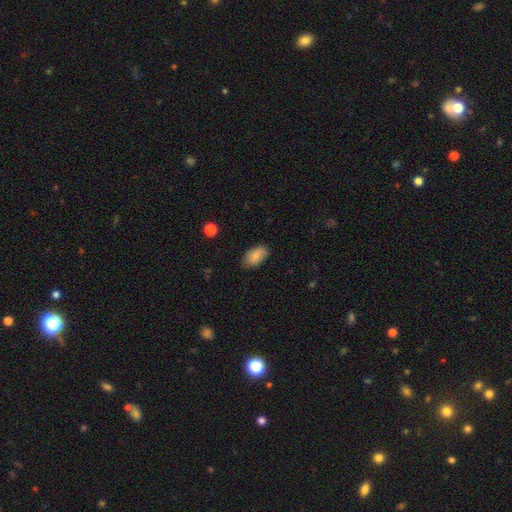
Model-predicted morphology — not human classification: Smooth or featured? smooth (85%)
How rounded? in between (94%)
Merging? none (81%)